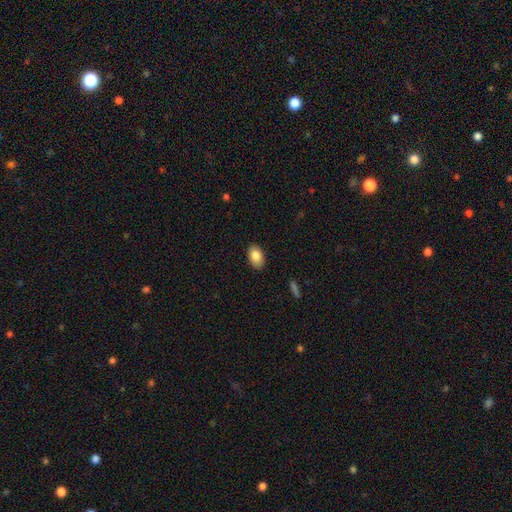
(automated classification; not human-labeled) Smooth or featured?
  - smooth: 86% *
  - star or artifact: 7%
  - featured or disk: 7%
How rounded?
  - in between: 90% *
  - round: 9%
  - cigar-shaped: 1%
Merging?
  - none: 87% *
  - minor disturbance: 10%
  - major disturbance: 2%
  - merger: 1%